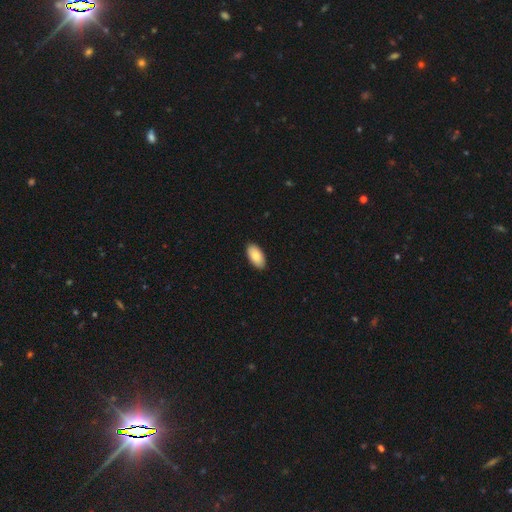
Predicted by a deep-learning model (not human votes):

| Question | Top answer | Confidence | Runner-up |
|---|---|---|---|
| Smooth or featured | smooth | 86% | featured or disk (8%) |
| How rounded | in between | 95% | cigar-shaped (3%) |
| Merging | none | 91% | minor disturbance (7%) |